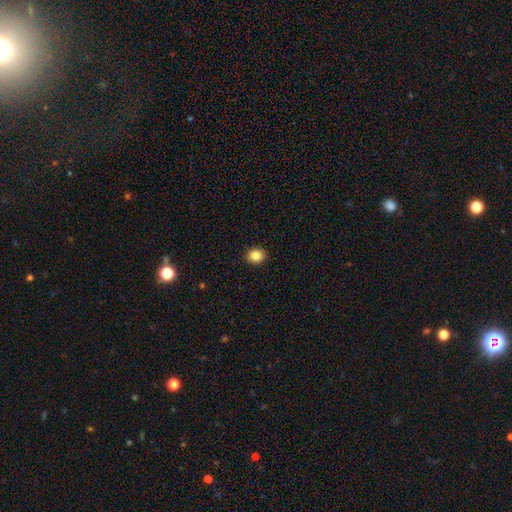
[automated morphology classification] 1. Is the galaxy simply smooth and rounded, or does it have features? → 86% smooth, 10% star or artifact, 5% featured or disk.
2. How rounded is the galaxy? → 67% round, 32% in between, 1% cigar-shaped.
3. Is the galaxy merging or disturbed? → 92% none, 5% minor disturbance, 2% major disturbance, 1% merger.